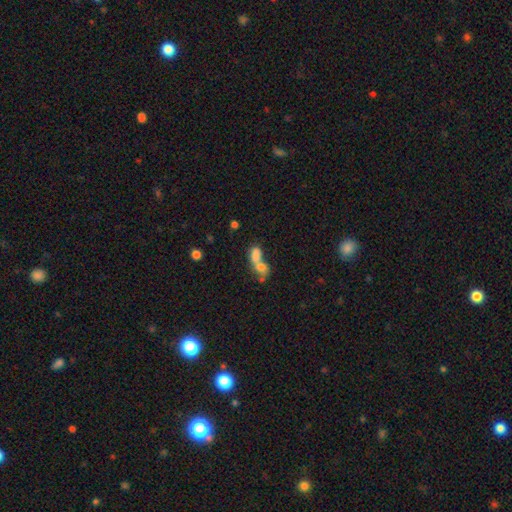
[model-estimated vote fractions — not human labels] Smooth or featured? Predicted: smooth (p=0.73). How rounded? Predicted: in between (p=0.73). Merging? Predicted: merger (p=0.72).